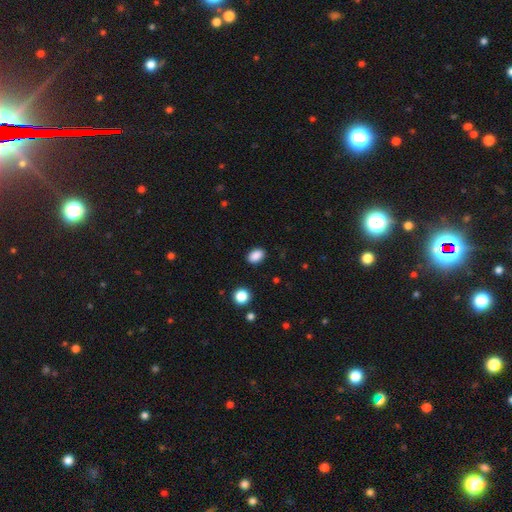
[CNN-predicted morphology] The model was most divided on "how rounded": in between: 81%, round: 17%, cigar-shaped: 1%. More confident: merging — none (89%); smooth or featured — smooth (88%).